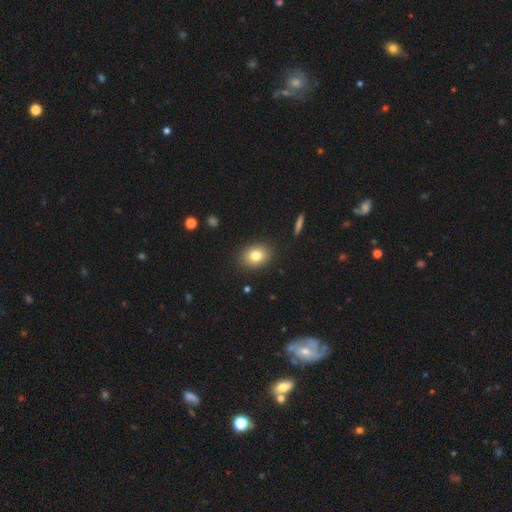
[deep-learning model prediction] The model was most divided on "how rounded": in between: 53%, round: 46%, cigar-shaped: 1%. More confident: merging — none (89%); smooth or featured — smooth (79%).